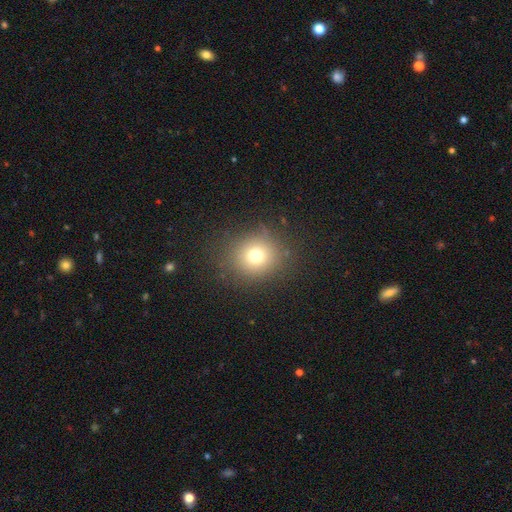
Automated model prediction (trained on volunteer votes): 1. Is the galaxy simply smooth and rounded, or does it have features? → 72% smooth, 17% star or artifact, 11% featured or disk.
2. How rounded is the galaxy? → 86% round, 13% in between, 1% cigar-shaped.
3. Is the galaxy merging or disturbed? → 85% none, 9% minor disturbance, 5% major disturbance, 1% merger.